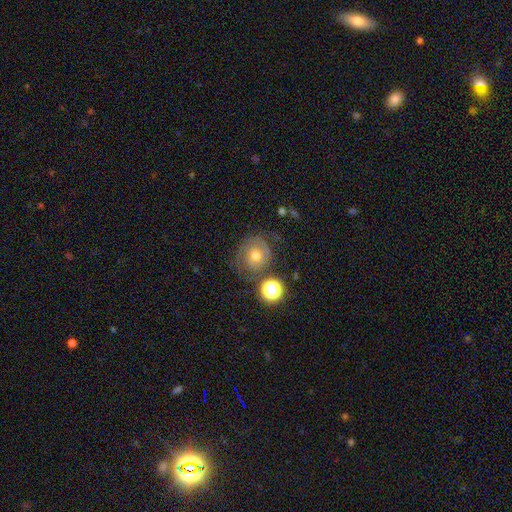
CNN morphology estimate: This is possibly a smooth galaxy (50%). How rounded: clearly round (82%). Merging: possibly none (60%).